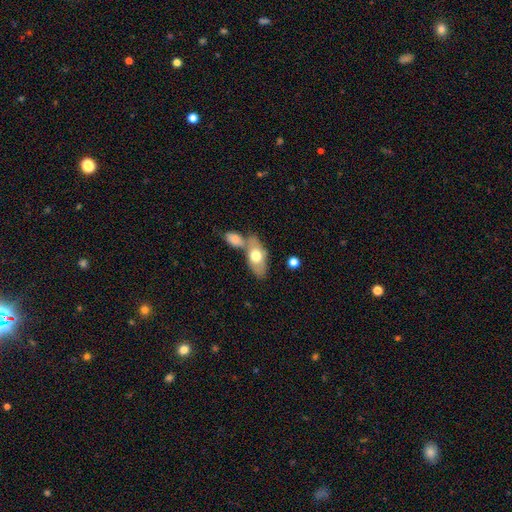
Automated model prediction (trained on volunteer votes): Overall: smooth (64%; featured or disk 30%). How rounded: in between (86%). Merging: none (44%; merger 39%).